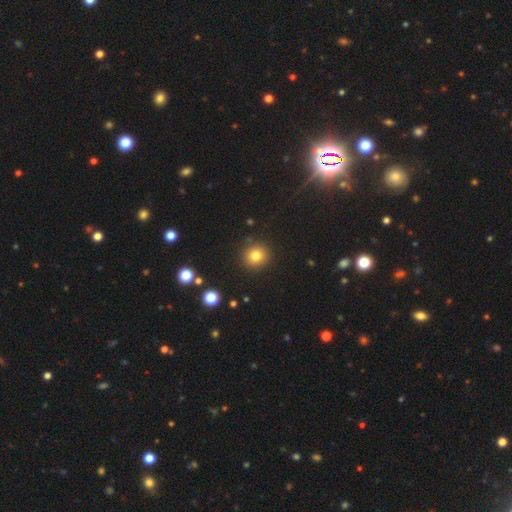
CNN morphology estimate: Smooth or featured? Predicted: smooth (p=0.80). How rounded? Predicted: round (p=0.90). Merging? Predicted: none (p=0.90).